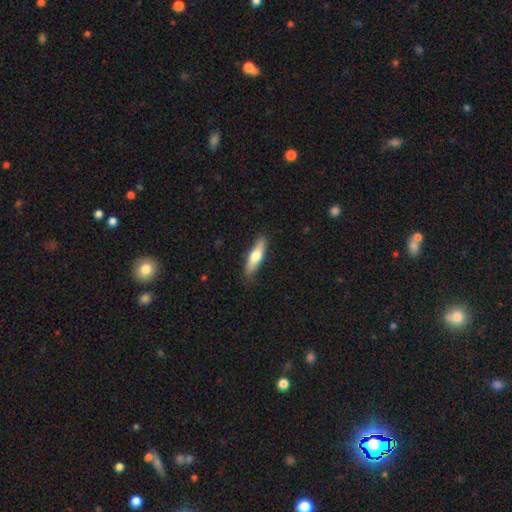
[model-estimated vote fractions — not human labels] This is likely a smooth galaxy (66%). How rounded: likely cigar-shaped (65%). Merging: clearly none (83%).